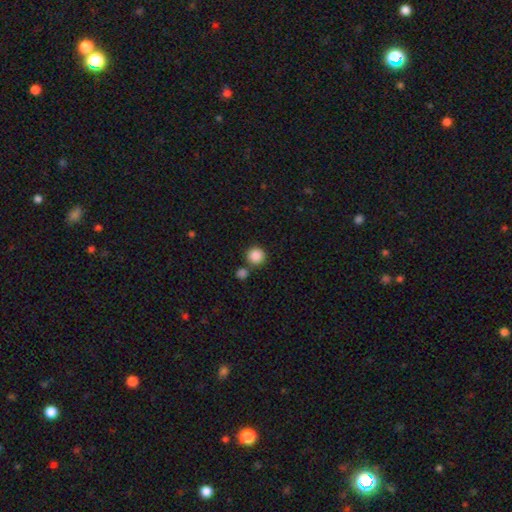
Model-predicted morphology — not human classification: smooth 87%, star or artifact 10%, featured or disk 3%. Down the decision tree: how rounded — round (93%); merging — none (73%).